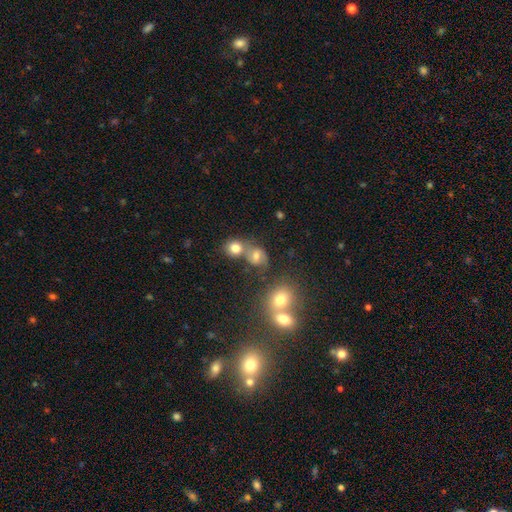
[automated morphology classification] smooth-or-featured: smooth: 58% | star or artifact: 25% | featured or disk: 17%
  how-rounded: round: 71% | in between: 28% | cigar-shaped: 2%
  merging: none: 45% | merger: 37% | minor disturbance: 11% | major disturbance: 7%